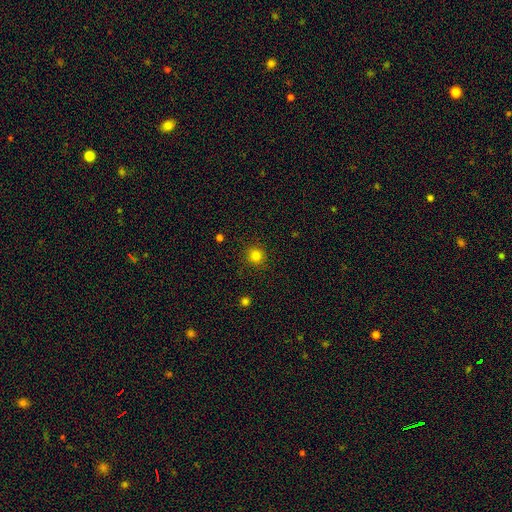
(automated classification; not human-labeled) Q: Smooth or featured?
A: smooth (83%); runner-up: star or artifact (13%)
Q: How rounded?
A: round (94%); runner-up: in between (5%)
Q: Merging?
A: none (90%); runner-up: minor disturbance (7%)